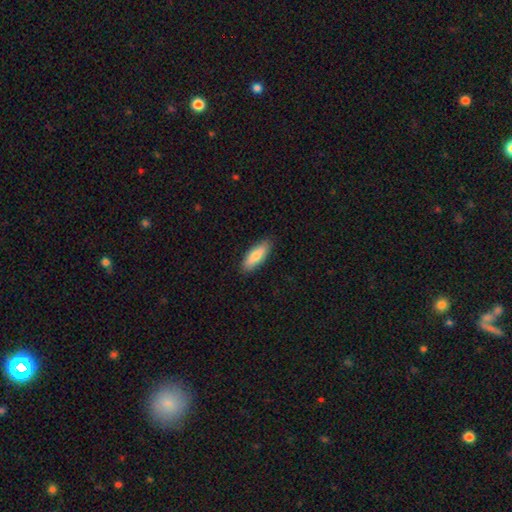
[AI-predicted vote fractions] A smooth galaxy with no disk features (80%) that is in between round and cigar-shaped (63%). Merging: none (89%).